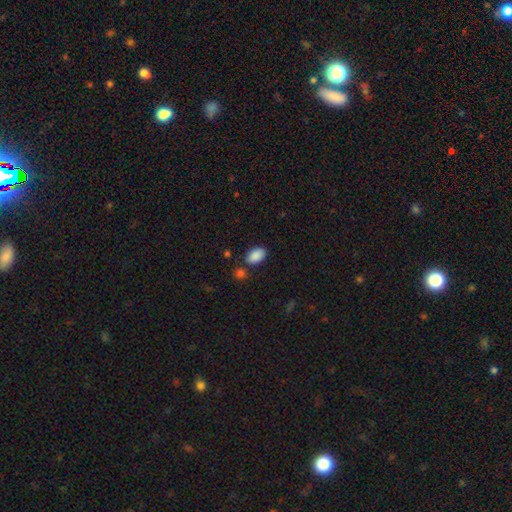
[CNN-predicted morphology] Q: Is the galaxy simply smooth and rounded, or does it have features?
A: smooth — 89%.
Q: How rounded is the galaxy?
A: in between — 92%.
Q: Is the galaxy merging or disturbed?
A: none — 77%.